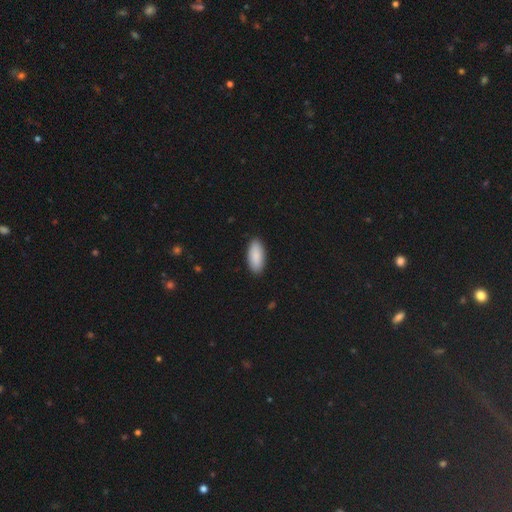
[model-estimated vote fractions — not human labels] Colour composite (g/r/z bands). It shows a smooth galaxy with no disk features (91%) that is in between round and cigar-shaped (89%). Merging: none (90%).